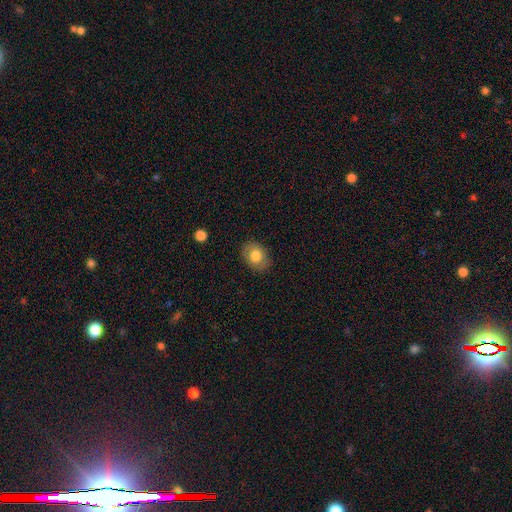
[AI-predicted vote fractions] Overall: smooth (77%). How rounded: in between (66%; round 33%). Merging: none (84%).